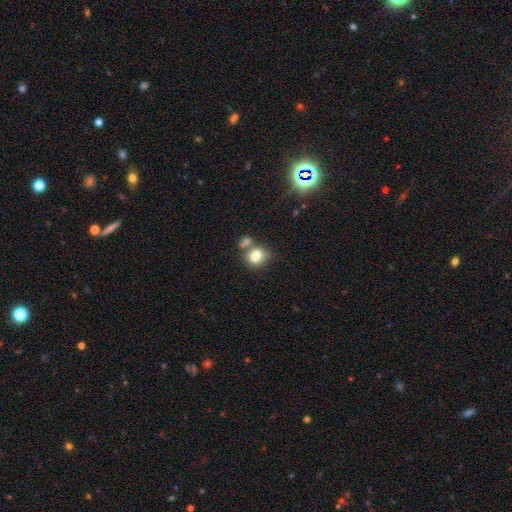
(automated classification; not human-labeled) smooth 77%, featured or disk 11%, star or artifact 11%. Down the decision tree: how rounded — round (52%); merging — none (52%).